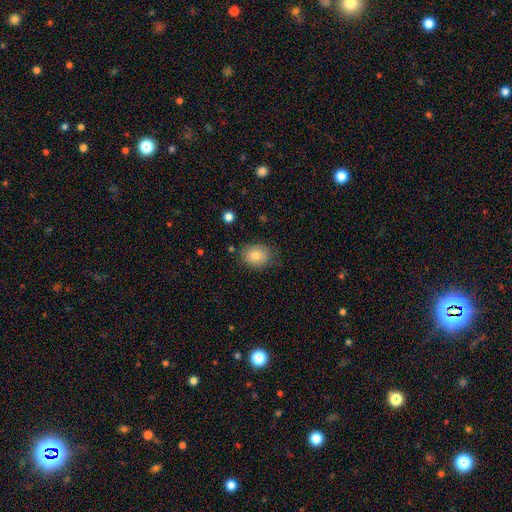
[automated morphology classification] smooth-or-featured: smooth: 81% | featured or disk: 10% | star or artifact: 9%
  how-rounded: in between: 52% | round: 47% | cigar-shaped: 1%
  merging: none: 79% | minor disturbance: 16% | major disturbance: 4% | merger: 2%